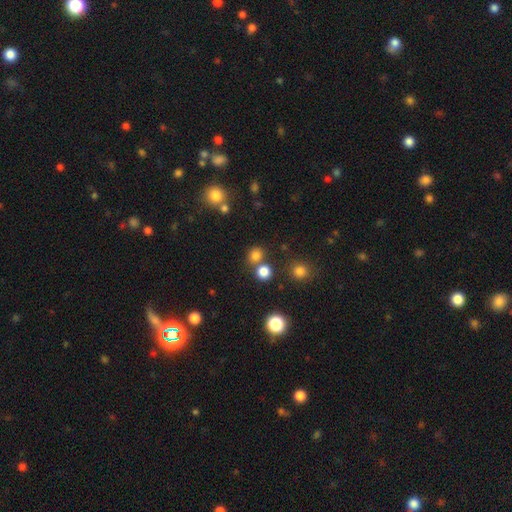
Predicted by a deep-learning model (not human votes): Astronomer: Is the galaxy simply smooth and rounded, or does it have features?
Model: smooth — 77%.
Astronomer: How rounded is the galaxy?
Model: round — 79%.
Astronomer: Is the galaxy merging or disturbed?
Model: none — 69%.